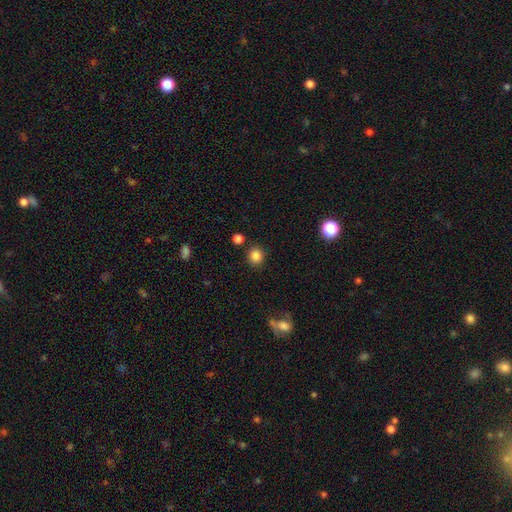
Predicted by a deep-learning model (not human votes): smooth-or-featured: smooth: 84% | star or artifact: 12% | featured or disk: 4%
  how-rounded: round: 84% | in between: 15% | cigar-shaped: 1%
  merging: none: 85% | minor disturbance: 8% | merger: 5% | major disturbance: 3%